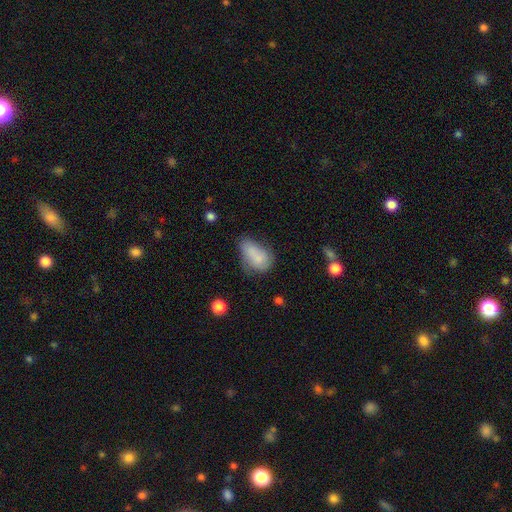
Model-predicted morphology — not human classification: smooth_or_featured: smooth (p=0.77) [alt: featured or disk p=0.14]
how_rounded: in between (p=0.86) [alt: round p=0.10]
merging: minor disturbance (p=0.35) [alt: none p=0.33]